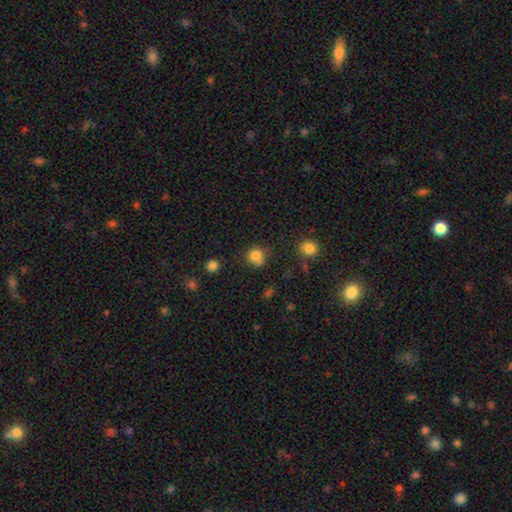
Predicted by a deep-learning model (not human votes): A smooth galaxy with no disk features (81%) that is round (82%). Merging: none (64%).